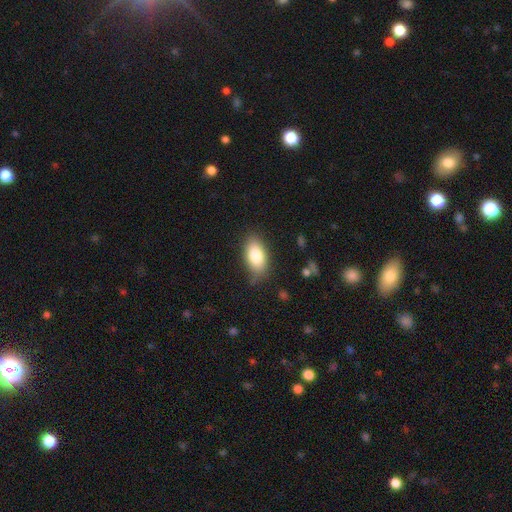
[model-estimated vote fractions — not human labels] Smooth or featured: smooth — 82% (featured or disk — 11%)
How rounded: in between — 91% (round — 4%)
Merging: none — 75% (minor disturbance — 19%)